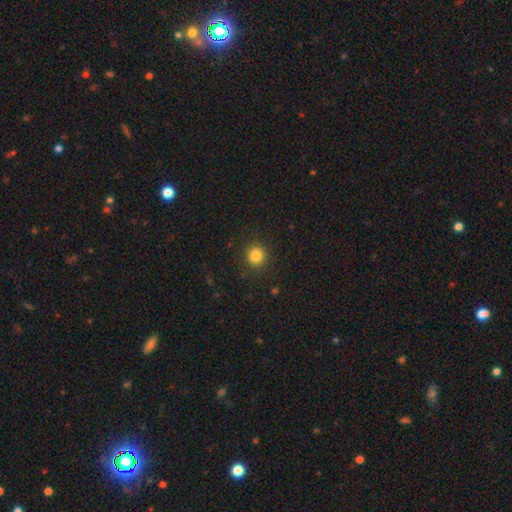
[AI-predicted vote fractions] This appears to be a smooth galaxy with no disk features (83%) that is round (91%). Merging: none (90%).